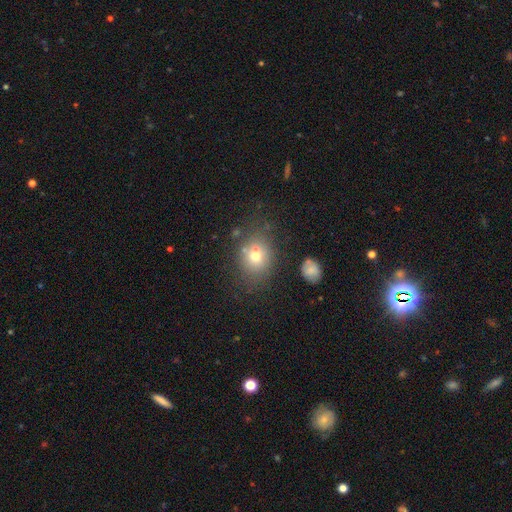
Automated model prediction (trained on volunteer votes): Smooth or featured? Predicted: smooth (p=0.70). How rounded? Predicted: round (p=0.57). Merging? Predicted: none (p=0.70).